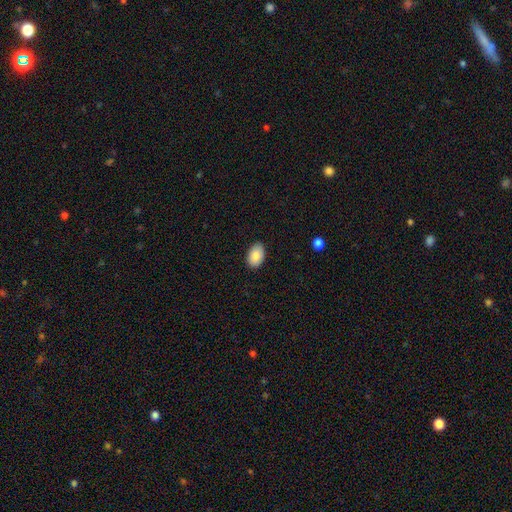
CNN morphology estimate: type=smooth (85%); roundness=in between (89%); merging=none (86%).